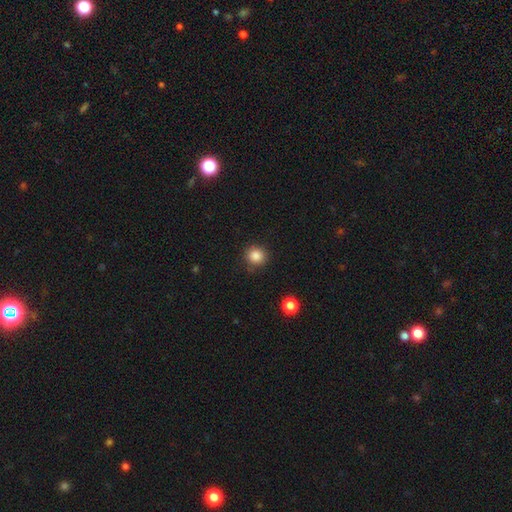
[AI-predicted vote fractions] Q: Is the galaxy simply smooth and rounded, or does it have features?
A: smooth — 86%.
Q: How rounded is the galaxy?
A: round — 92%.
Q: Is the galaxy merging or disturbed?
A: none — 87%.